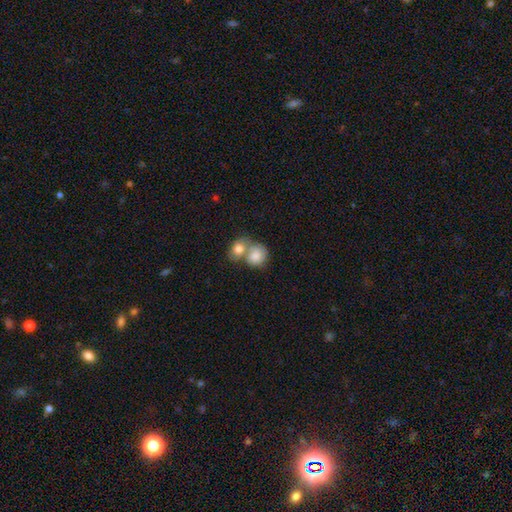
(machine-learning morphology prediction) A smooth galaxy with no disk features (80%) that is round (69%).

Vote fractions:
- Smooth or featured? smooth: 80% / featured or disk: 14% / star or artifact: 6%
- How rounded? round: 69% / in between: 30% / cigar-shaped: 1%
- Merging? merger: 69% / none: 21% / minor disturbance: 7% / major disturbance: 4%